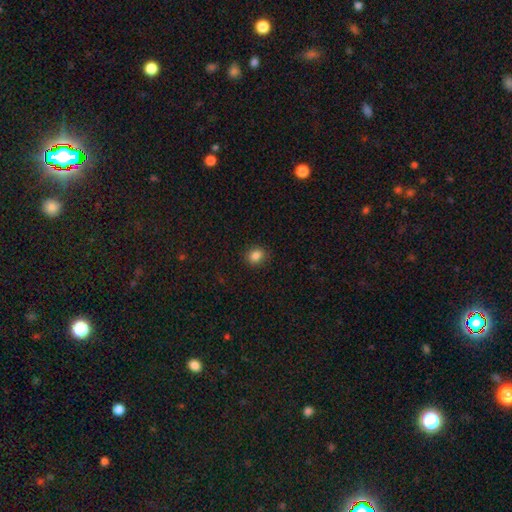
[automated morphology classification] Smooth or featured?
  - smooth: 85% *
  - star or artifact: 11%
  - featured or disk: 5%
How rounded?
  - round: 67% *
  - in between: 32%
  - cigar-shaped: 1%
Merging?
  - none: 88% *
  - minor disturbance: 8%
  - major disturbance: 2%
  - merger: 1%